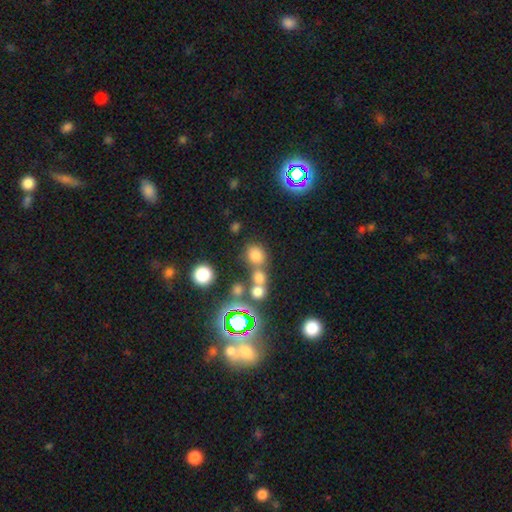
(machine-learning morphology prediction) The model was most divided on "merging": none: 54%, merger: 30%, minor disturbance: 10%, major disturbance: 6%. More confident: how rounded — round (74%); smooth or featured — smooth (69%).